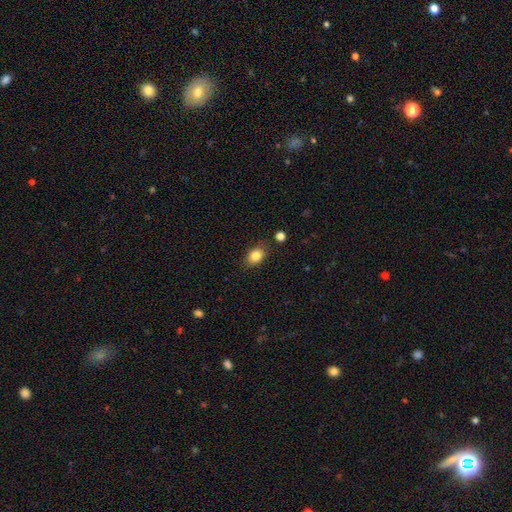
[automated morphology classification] smooth 84%, star or artifact 9%, featured or disk 7%. Down the decision tree: how rounded — in between (71%); merging — none (80%).